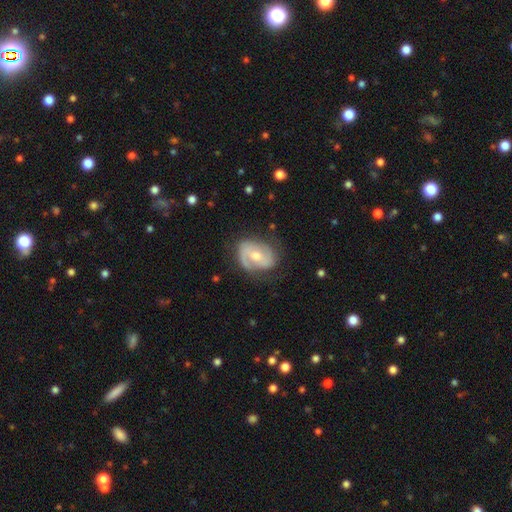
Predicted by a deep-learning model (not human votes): smooth_or_featured: featured or disk (p=0.71) [alt: smooth p=0.23]
disk_edge_on: no (p=0.97) [alt: yes p=0.03]
bar: weak (p=0.43) [alt: no p=0.42]
has_spiral_arms: yes (p=0.83) [alt: no p=0.17]
spiral_winding: medium (p=0.41) [alt: tight p=0.36]
spiral_arm_count: 2 (p=0.65) [alt: can't tell p=0.16]
bulge_size: moderate (p=0.63) [alt: small p=0.32]
merging: none (p=0.63) [alt: minor disturbance p=0.24]